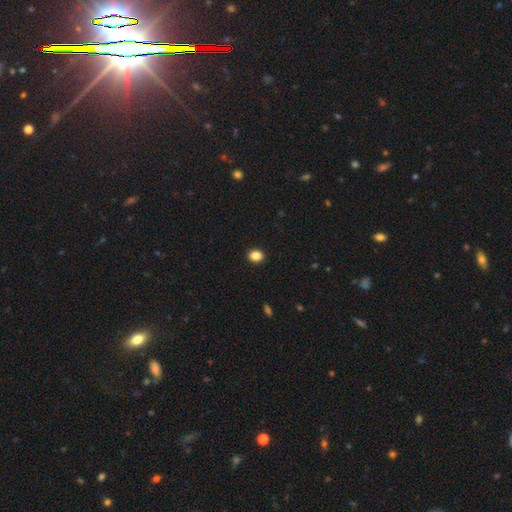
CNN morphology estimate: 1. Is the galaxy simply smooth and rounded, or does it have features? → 86% smooth, 11% star or artifact, 4% featured or disk.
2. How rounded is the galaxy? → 70% round, 29% in between, 1% cigar-shaped.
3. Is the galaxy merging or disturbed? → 93% none, 5% minor disturbance, 1% major disturbance, 1% merger.